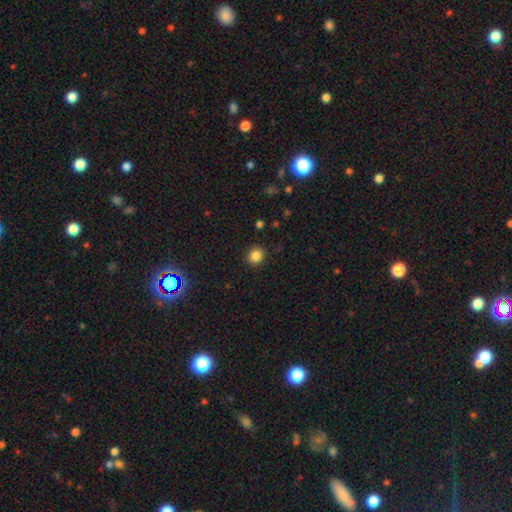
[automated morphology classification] Smooth or featured? Predicted: smooth (p=0.85). How rounded? Predicted: round (p=0.80). Merging? Predicted: none (p=0.91).